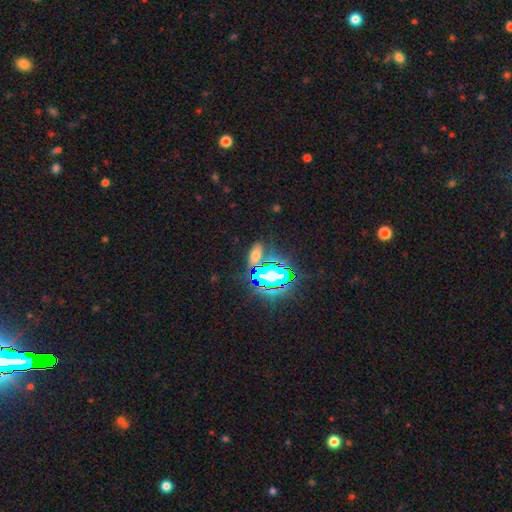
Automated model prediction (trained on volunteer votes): smooth-or-featured: smooth: 47% | star or artifact: 41% | featured or disk: 12%
  merging: none: 72% | minor disturbance: 13% | merger: 11% | major disturbance: 5%